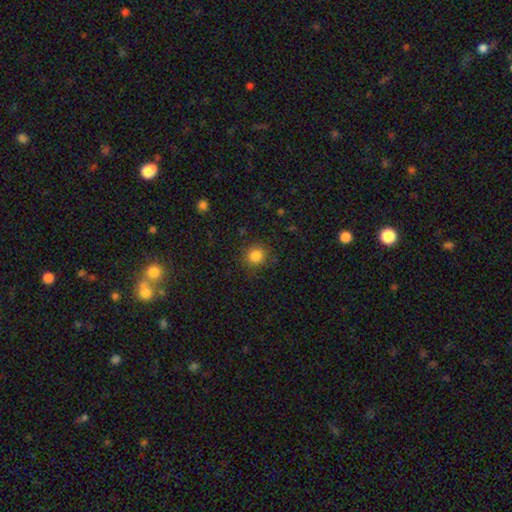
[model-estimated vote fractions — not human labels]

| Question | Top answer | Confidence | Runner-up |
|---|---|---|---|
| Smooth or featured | smooth | 83% | star or artifact (12%) |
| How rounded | round | 92% | in between (7%) |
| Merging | none | 86% | minor disturbance (9%) |